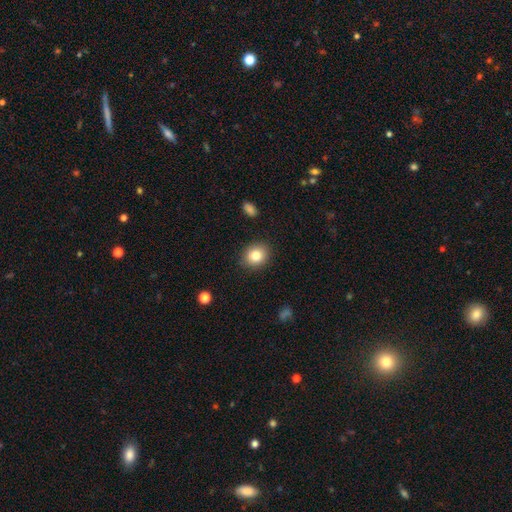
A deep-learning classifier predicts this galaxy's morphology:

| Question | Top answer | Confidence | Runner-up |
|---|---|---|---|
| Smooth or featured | smooth | 82% | star or artifact (10%) |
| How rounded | round | 69% | in between (30%) |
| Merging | none | 87% | minor disturbance (9%) |